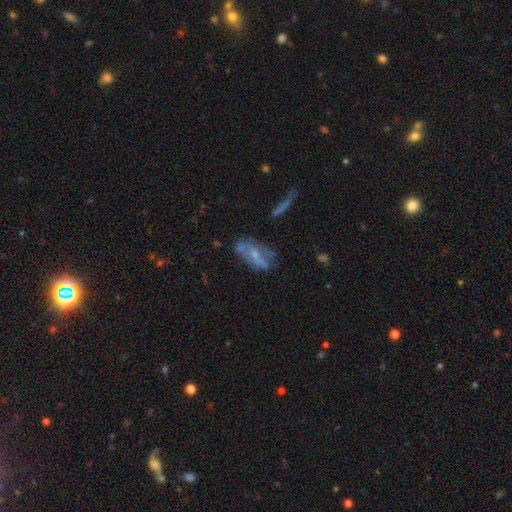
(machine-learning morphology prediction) smooth_or_featured: featured or disk (p=0.50) [alt: smooth p=0.40]
disk_edge_on: no (p=0.86) [alt: yes p=0.14]
merging: none (p=0.46) [alt: minor disturbance p=0.26]